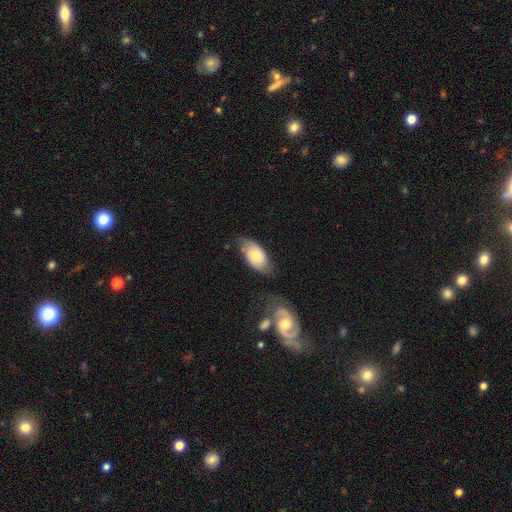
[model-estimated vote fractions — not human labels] This appears to be a smooth galaxy with no disk features (58%) that is in between round and cigar-shaped (92%). Merging: none (56%).